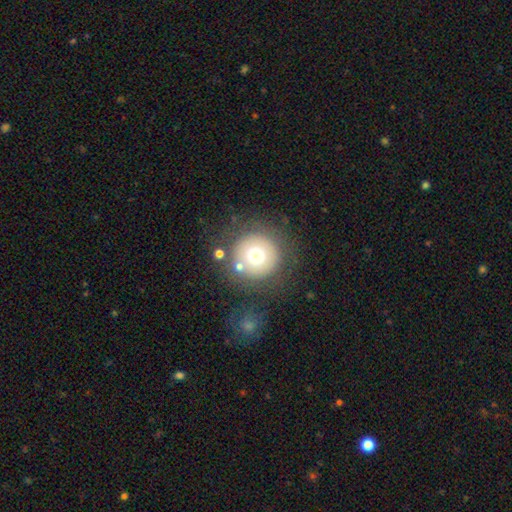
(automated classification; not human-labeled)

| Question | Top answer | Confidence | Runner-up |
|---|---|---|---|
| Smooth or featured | smooth | 69% | featured or disk (16%) |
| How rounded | round | 96% | in between (3%) |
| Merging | none | 77% | minor disturbance (10%) |